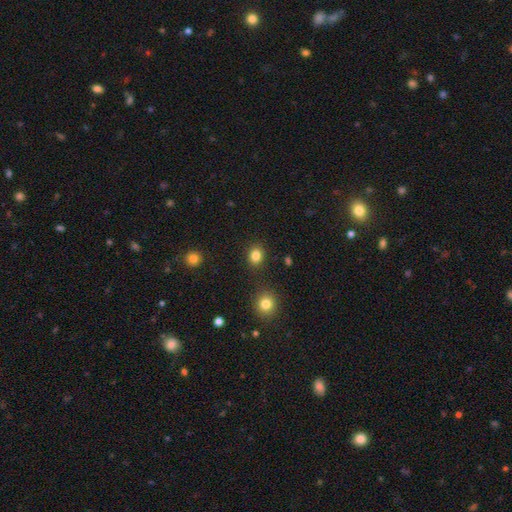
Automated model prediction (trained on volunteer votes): The model was most divided on "how rounded": round: 60%, in between: 39%, cigar-shaped: 1%. More confident: merging — none (87%); smooth or featured — smooth (84%).